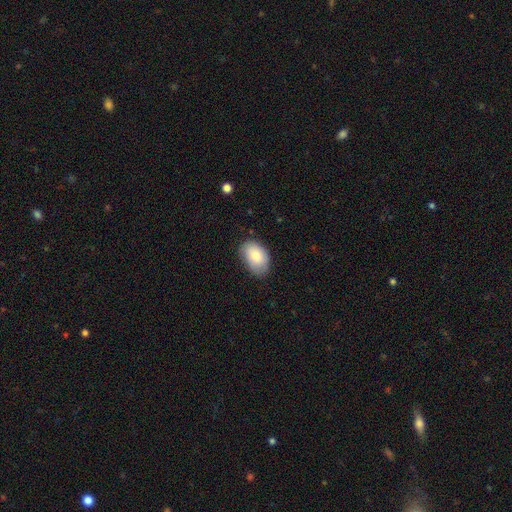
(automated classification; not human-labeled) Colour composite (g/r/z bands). It shows a smooth galaxy with no disk features (82%) that is in between round and cigar-shaped (89%). Merging: none (75%).